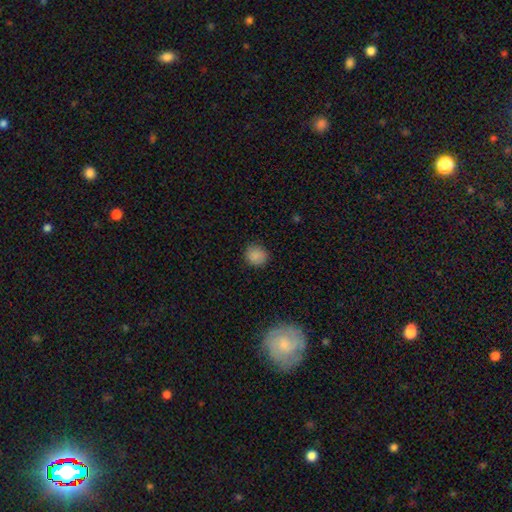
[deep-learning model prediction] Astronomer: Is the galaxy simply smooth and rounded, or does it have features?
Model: smooth — 87%.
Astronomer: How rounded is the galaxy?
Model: round — 86%.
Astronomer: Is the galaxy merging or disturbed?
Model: none — 87%.